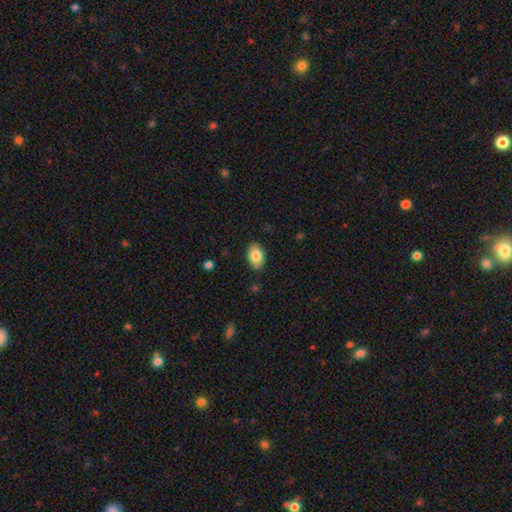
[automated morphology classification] smooth_or_featured: smooth (p=0.82) [alt: featured or disk p=0.11]
how_rounded: in between (p=0.90) [alt: round p=0.08]
merging: none (p=0.85) [alt: minor disturbance p=0.11]